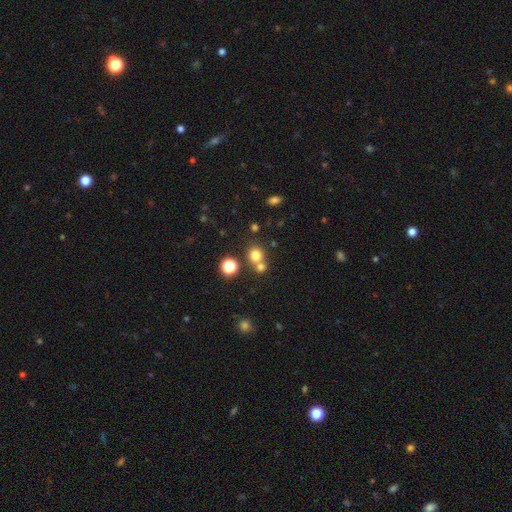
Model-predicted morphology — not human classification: The model was most divided on "merging": none: 55%, merger: 35%, minor disturbance: 7%, major disturbance: 3%. More confident: how rounded — round (84%); smooth or featured — smooth (75%).